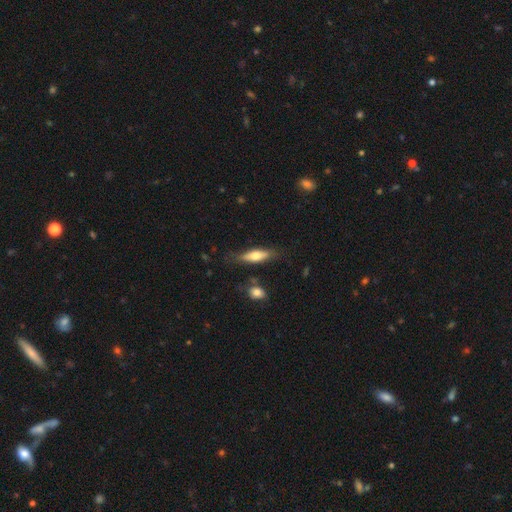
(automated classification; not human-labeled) A smooth galaxy with no disk features (59%) that is cigar-shaped (57%). Merging: none (74%).